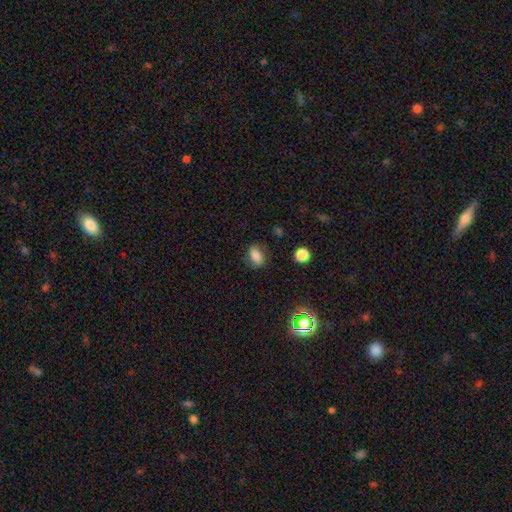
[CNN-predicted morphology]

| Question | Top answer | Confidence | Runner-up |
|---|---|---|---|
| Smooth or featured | smooth | 80% | star or artifact (12%) |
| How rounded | in between | 80% | round (18%) |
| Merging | none | 78% | minor disturbance (16%) |